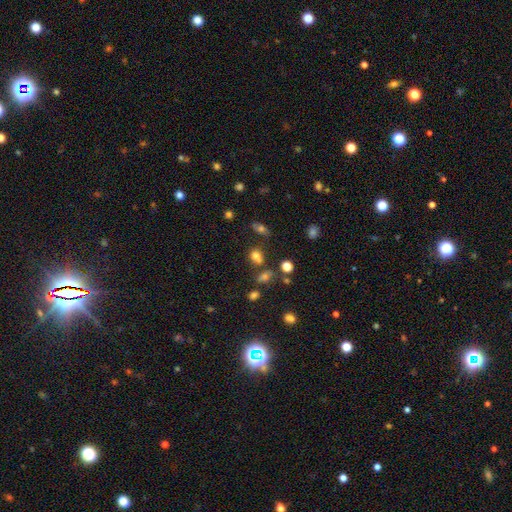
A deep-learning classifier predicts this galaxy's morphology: Smooth or featured? Predicted: smooth (p=0.72). How rounded? Predicted: round (p=0.53). Merging? Predicted: none (p=0.58).